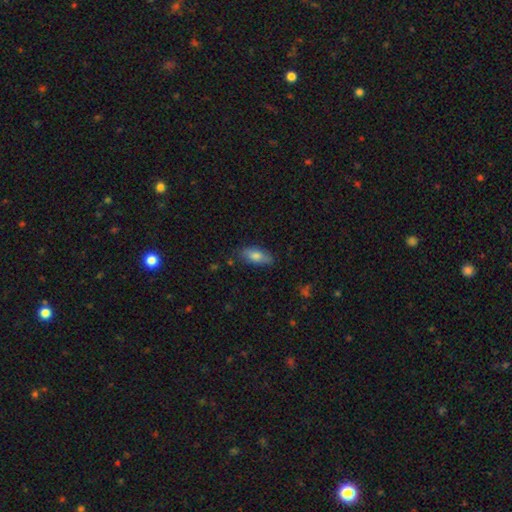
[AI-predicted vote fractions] Smooth or featured? Predicted: smooth (p=0.76). How rounded? Predicted: in between (p=0.81). Merging? Predicted: none (p=0.79).